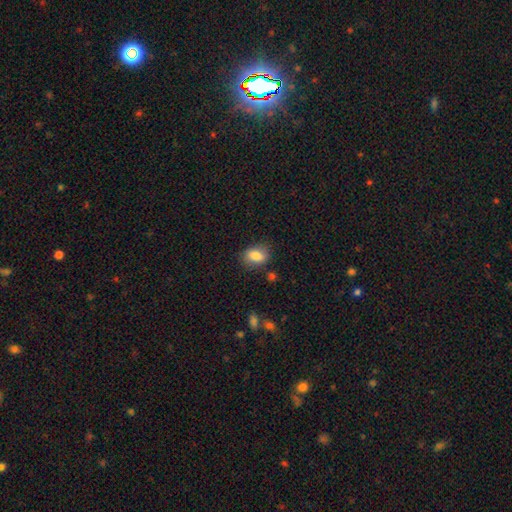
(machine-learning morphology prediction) This appears to be a smooth galaxy with no disk features (81%) that is in between round and cigar-shaped (78%). Merging: none (75%).